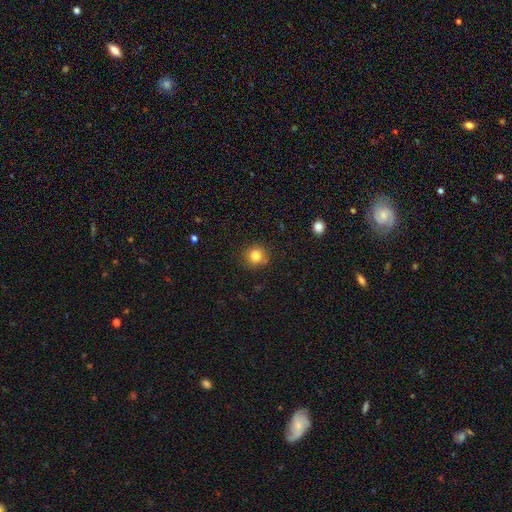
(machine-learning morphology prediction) Smooth or featured: smooth — 82% (star or artifact — 12%)
How rounded: round — 91% (in between — 8%)
Merging: none — 84% (minor disturbance — 10%)